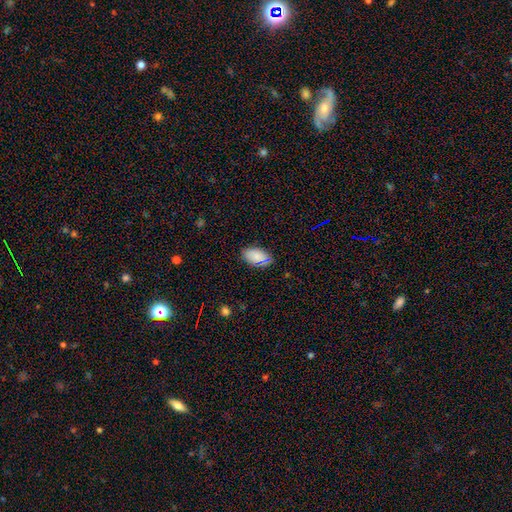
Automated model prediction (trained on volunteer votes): Overall: smooth (79%). How rounded: in between (93%). Merging: none (81%).